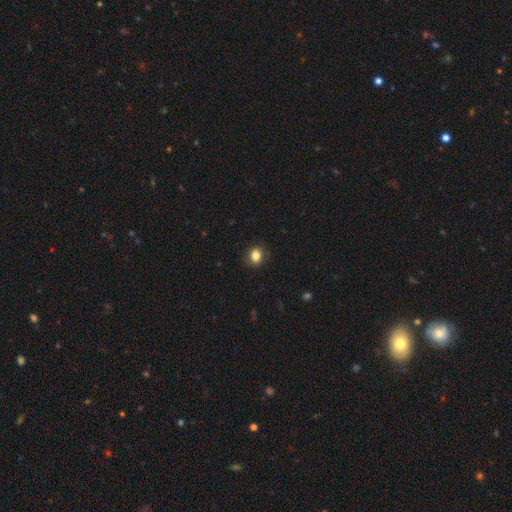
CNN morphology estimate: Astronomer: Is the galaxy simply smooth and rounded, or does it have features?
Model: smooth — 84%.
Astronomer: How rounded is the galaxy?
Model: round — 67%.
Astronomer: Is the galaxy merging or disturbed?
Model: none — 86%.